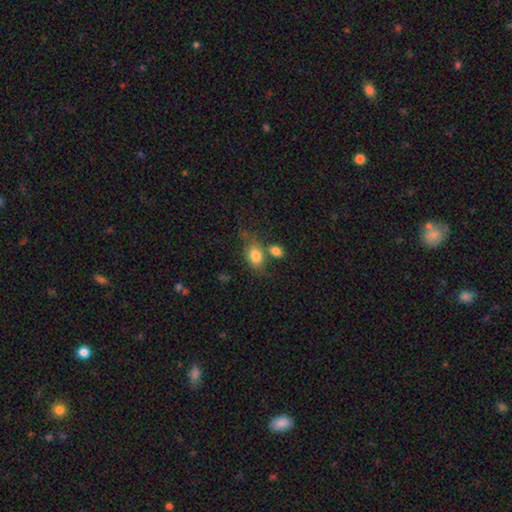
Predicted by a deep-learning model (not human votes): Morphology: type=smooth (81%); roundness=in between (76%); merging=none (49%).